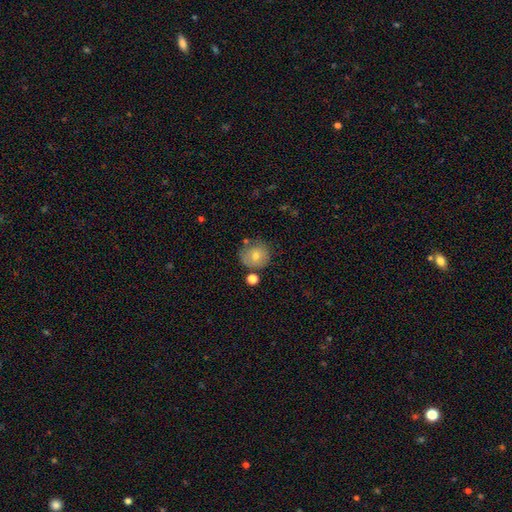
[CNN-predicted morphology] Overall: smooth (65%). How rounded: round (88%). Merging: none (72%).